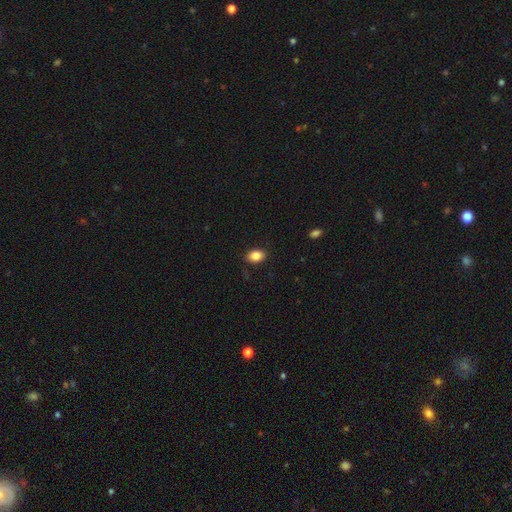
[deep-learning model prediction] Smooth or featured?
  - smooth: 85% *
  - star or artifact: 9%
  - featured or disk: 6%
How rounded?
  - in between: 83% *
  - round: 16%
  - cigar-shaped: 1%
Merging?
  - none: 87% *
  - minor disturbance: 10%
  - major disturbance: 2%
  - merger: 1%